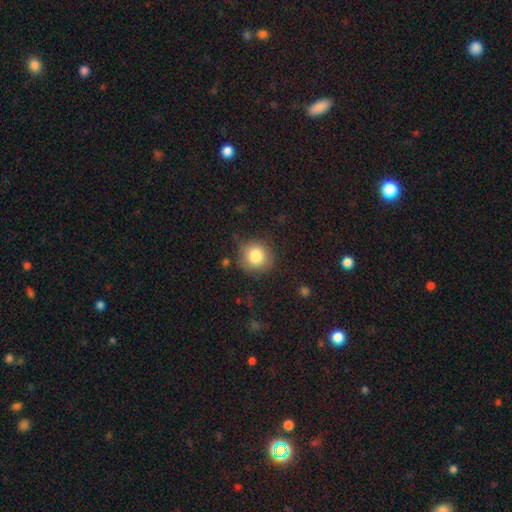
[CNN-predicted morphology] type=smooth (82%); roundness=round (90%); merging=none (83%).